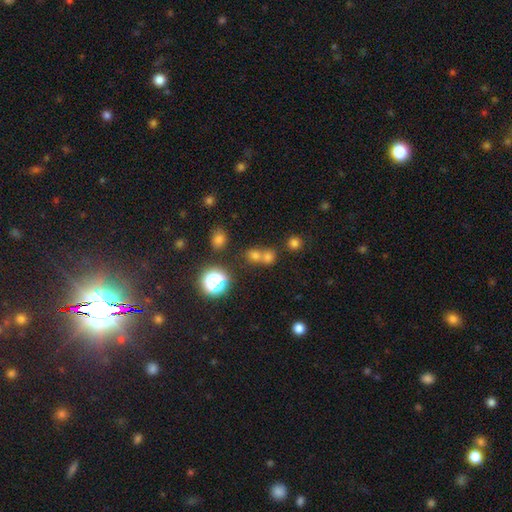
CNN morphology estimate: A smooth galaxy with no disk features (63%) that is round (72%).

Vote fractions:
- Smooth or featured? smooth: 63% / star or artifact: 27% / featured or disk: 11%
- How rounded? round: 72% / in between: 26% / cigar-shaped: 1%
- Merging? merger: 49% / none: 42% / minor disturbance: 6% / major disturbance: 3%